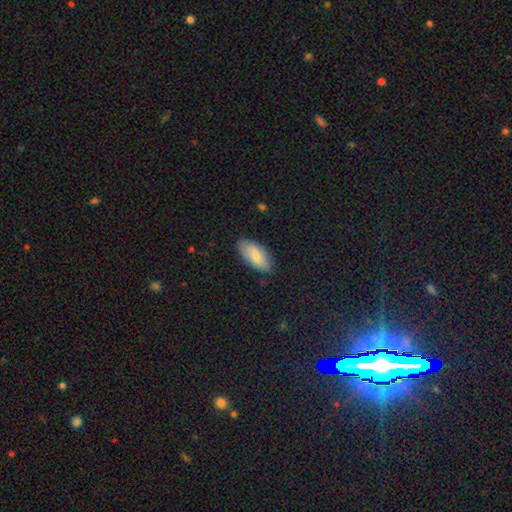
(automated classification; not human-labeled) Smooth or featured? smooth (72%)
How rounded? in between (91%)
Merging? none (83%)